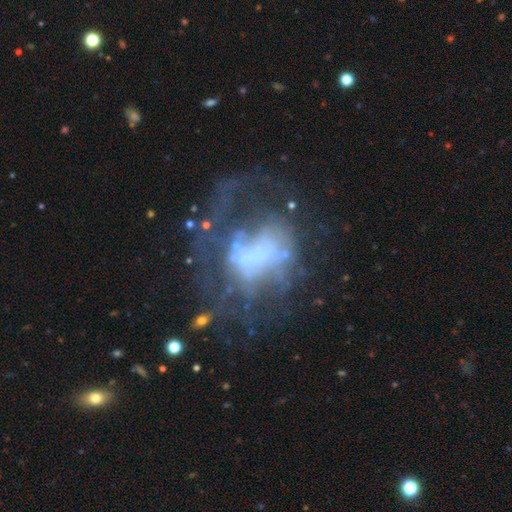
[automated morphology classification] Overall: featured or disk (67%). Edge-on disk: no (97%). Bar: no (74%). Spiral arms: no (70%; yes 30%). Bulge size: none (55%). Merging: major disturbance (48%; none 29%).